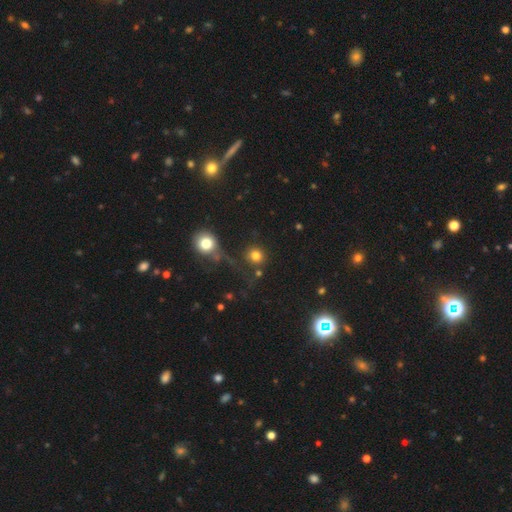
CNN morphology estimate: type=smooth (79%); roundness=round (91%); merging=none (76%).